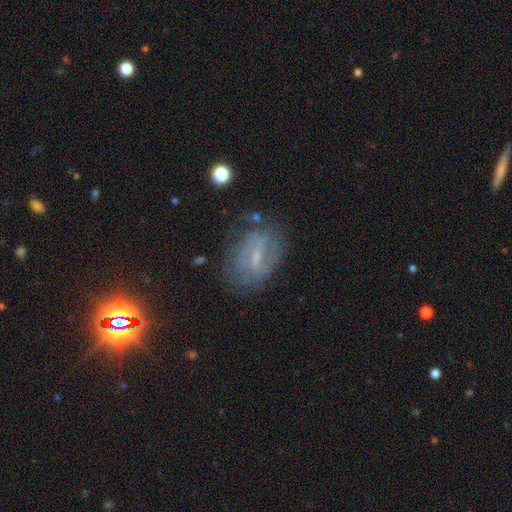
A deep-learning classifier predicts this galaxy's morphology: A featured or disk galaxy (67%) with a weak bar (54%), spiral arms (77%) and a small central bulge (63%). Merging: none (68%).